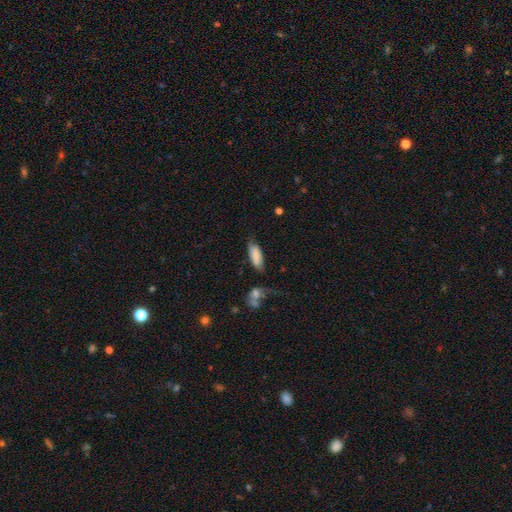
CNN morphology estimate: Smooth or featured?
  - smooth: 79% *
  - featured or disk: 15%
  - star or artifact: 6%
How rounded?
  - in between: 75% *
  - cigar-shaped: 23%
  - round: 2%
Merging?
  - none: 55% *
  - minor disturbance: 27%
  - major disturbance: 12%
  - merger: 7%